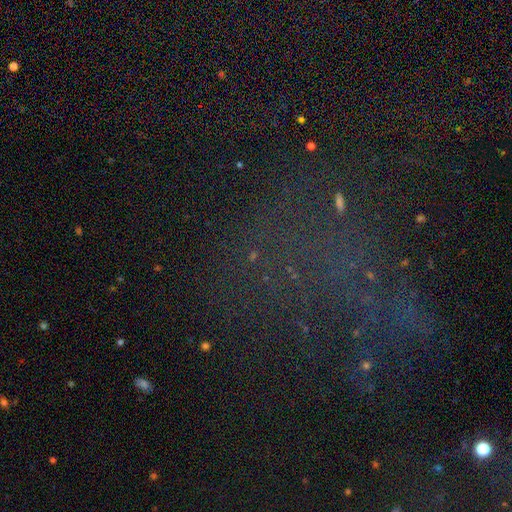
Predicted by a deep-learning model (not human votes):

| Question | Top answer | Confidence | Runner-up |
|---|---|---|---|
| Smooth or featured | star or artifact | 61% | featured or disk (20%) |